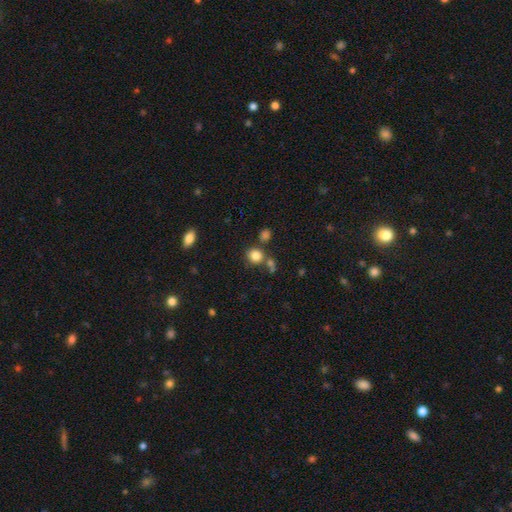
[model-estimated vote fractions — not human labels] smooth-or-featured: smooth: 83% | star or artifact: 12% | featured or disk: 6%
  how-rounded: round: 84% | in between: 15% | cigar-shaped: 1%
  merging: none: 69% | merger: 16% | minor disturbance: 10% | major disturbance: 4%